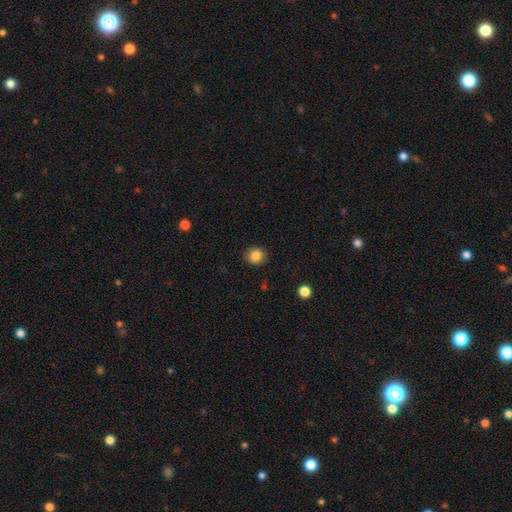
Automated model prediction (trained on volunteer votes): Morphology: type=smooth (85%); roundness=round (89%); merging=none (90%).